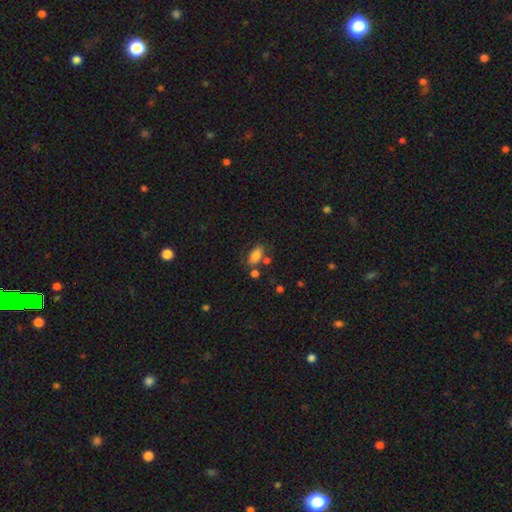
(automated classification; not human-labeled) Q: Smooth or featured?
A: smooth (81%); runner-up: featured or disk (10%)
Q: How rounded?
A: in between (90%); runner-up: round (5%)
Q: Merging?
A: none (63%); runner-up: minor disturbance (17%)